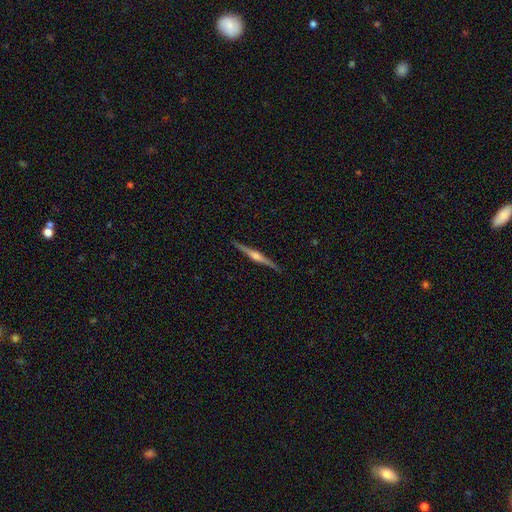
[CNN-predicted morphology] This is clearly a featured or disk galaxy (83%). It is clearly viewed edge-on (99%). Edge-on bulge: clearly rounded (85%). Merging: clearly none (92%).